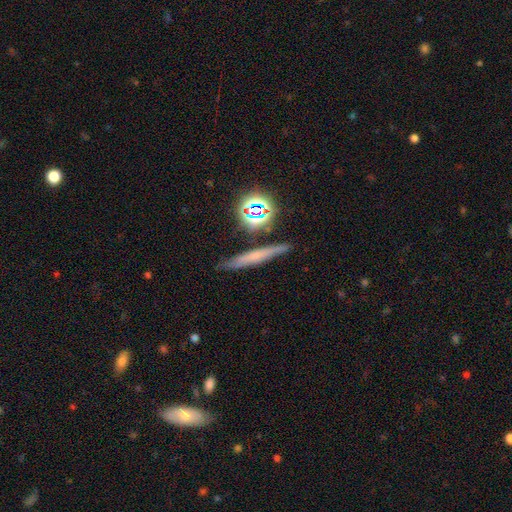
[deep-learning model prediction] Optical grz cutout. It shows a smooth galaxy with no disk features (46%). Merging: none (82%).